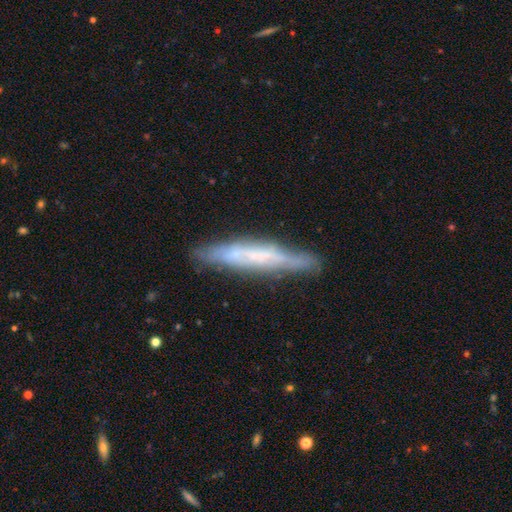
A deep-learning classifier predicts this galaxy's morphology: Q: Smooth or featured?
A: featured or disk (59%); runner-up: smooth (33%)
Q: Edge-on disk?
A: yes (84%); runner-up: no (16%)
Q: Merging?
A: none (78%); runner-up: minor disturbance (16%)